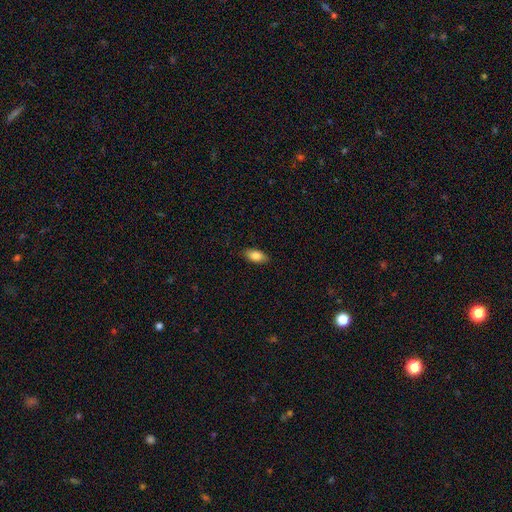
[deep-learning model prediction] This appears to be a smooth galaxy with no disk features (83%) that is in between round and cigar-shaped (89%). Merging: none (87%).